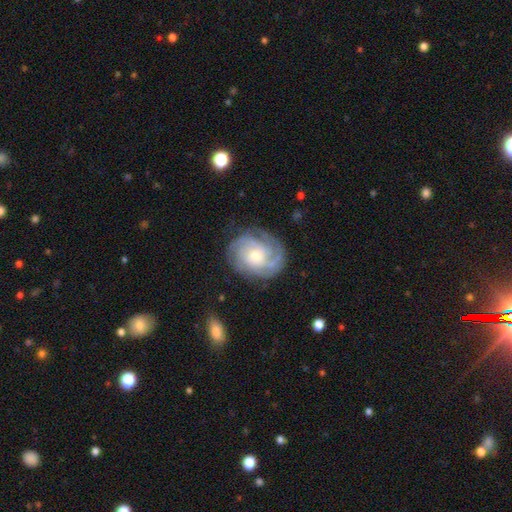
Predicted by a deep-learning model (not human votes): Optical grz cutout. It shows a featured or disk galaxy (82%) with no bar (76%), tight (68%) spiral arms (95%) and a moderate central bulge (49%). Merging: none (78%).